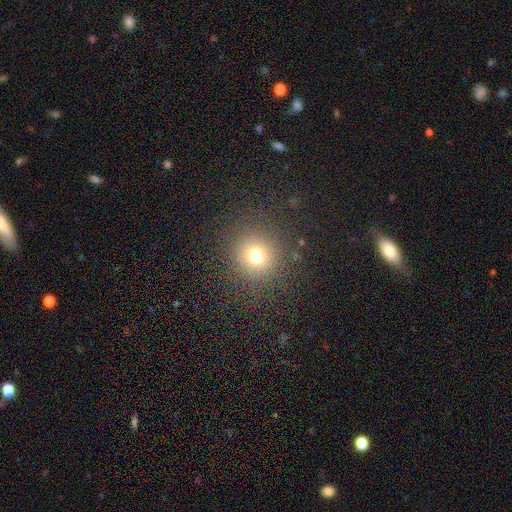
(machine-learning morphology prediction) Smooth or featured? Predicted: smooth (p=0.71). How rounded? Predicted: round (p=0.92). Merging? Predicted: none (p=0.87).